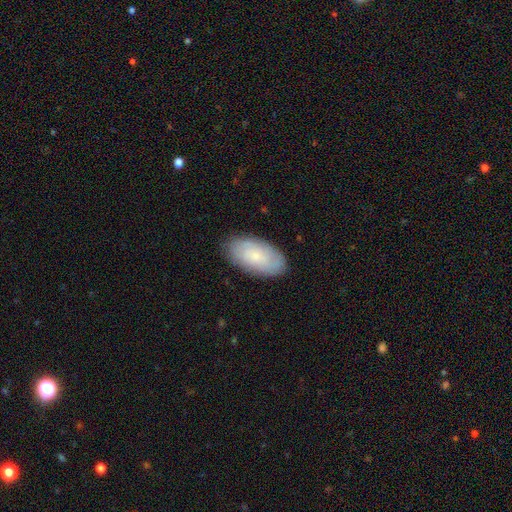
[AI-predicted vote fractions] Q: Smooth or featured?
A: smooth (61%); runner-up: featured or disk (32%)
Q: How rounded?
A: in between (94%); runner-up: round (3%)
Q: Merging?
A: none (84%); runner-up: minor disturbance (13%)